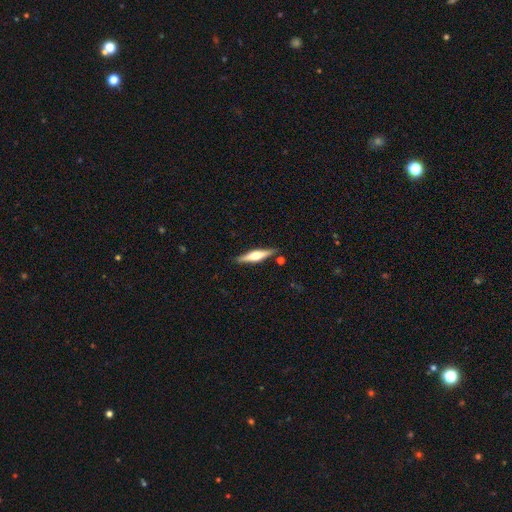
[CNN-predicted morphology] Q: Smooth or featured?
A: featured or disk (64%); runner-up: smooth (30%)
Q: Edge-on disk?
A: yes (96%); runner-up: no (4%)
Q: Edge-on bulge?
A: rounded (90%); runner-up: boxy (7%)
Q: Merging?
A: none (86%); runner-up: minor disturbance (10%)